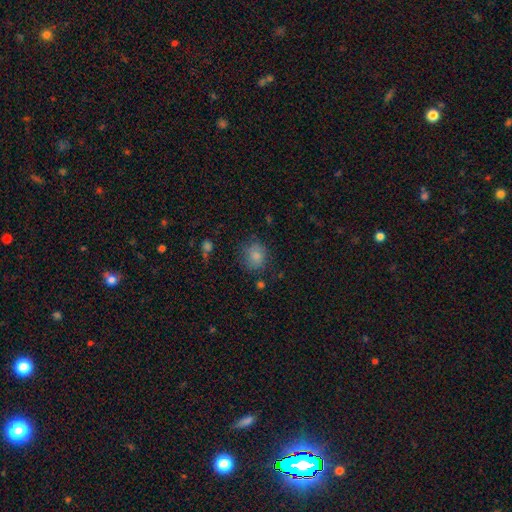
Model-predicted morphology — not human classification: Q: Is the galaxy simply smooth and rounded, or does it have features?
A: smooth — 81%.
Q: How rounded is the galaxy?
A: round — 74%.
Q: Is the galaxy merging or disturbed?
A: none — 69%.